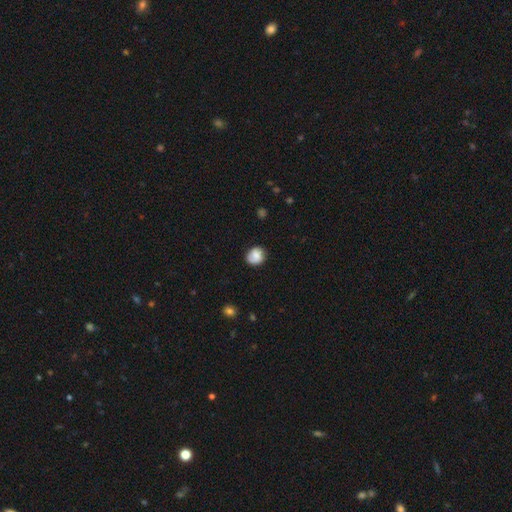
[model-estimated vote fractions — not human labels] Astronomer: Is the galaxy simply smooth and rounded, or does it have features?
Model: smooth — 78%.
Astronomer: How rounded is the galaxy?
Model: round — 73%.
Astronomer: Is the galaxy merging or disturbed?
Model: none — 79%.